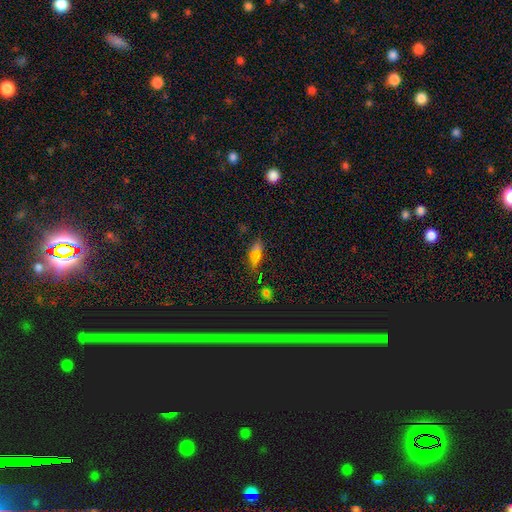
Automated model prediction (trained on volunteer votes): Overall: smooth (62%; star or artifact 23%). How rounded: in between (66%). Merging: none (63%).